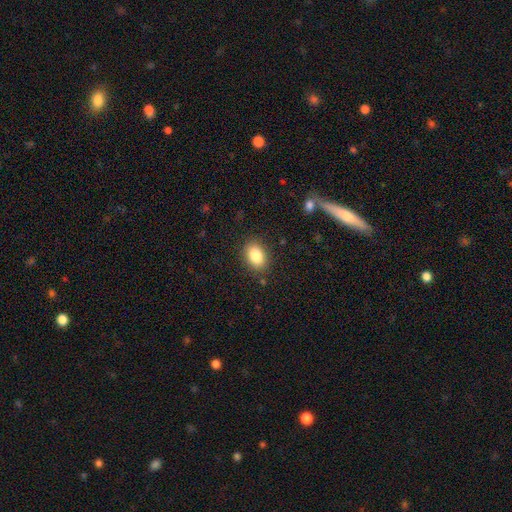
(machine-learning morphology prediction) Smooth or featured? Predicted: smooth (p=0.85). How rounded? Predicted: in between (p=0.80). Merging? Predicted: none (p=0.86).